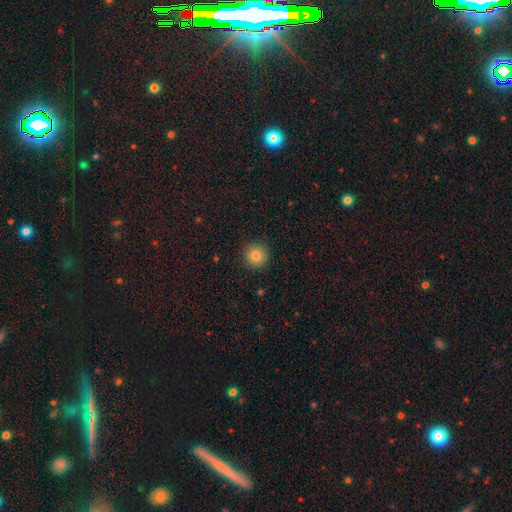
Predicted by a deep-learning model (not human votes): This appears to be a smooth galaxy with no disk features (82%) that is round (94%). Merging: none (91%).